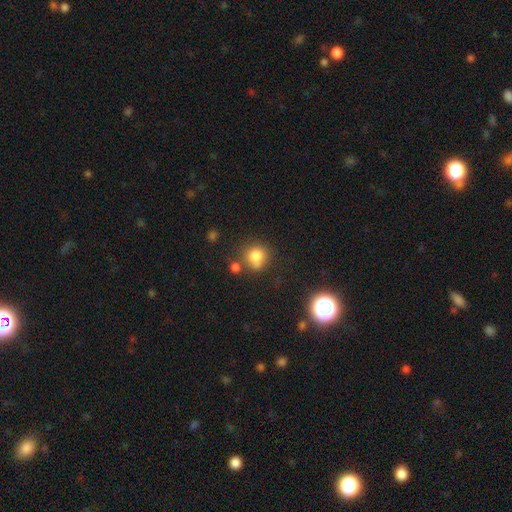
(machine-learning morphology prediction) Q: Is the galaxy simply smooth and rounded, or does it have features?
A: smooth — 79%.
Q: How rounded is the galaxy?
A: round — 79%.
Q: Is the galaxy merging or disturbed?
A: none — 59%.